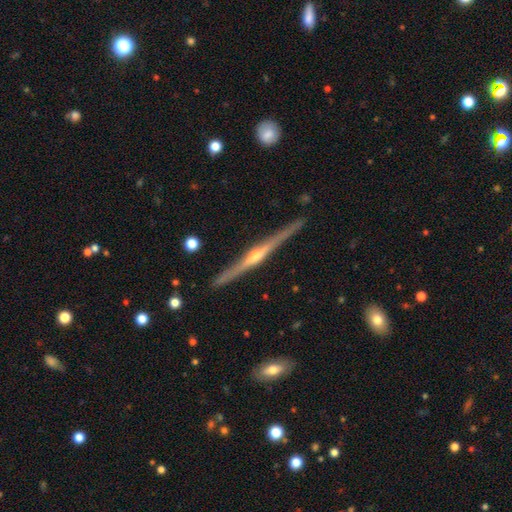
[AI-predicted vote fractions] Smooth or featured? Predicted: featured or disk (p=0.85). Edge-on disk? Predicted: yes (p=0.98). Edge-on bulge? Predicted: rounded (p=0.83). Merging? Predicted: none (p=0.90).